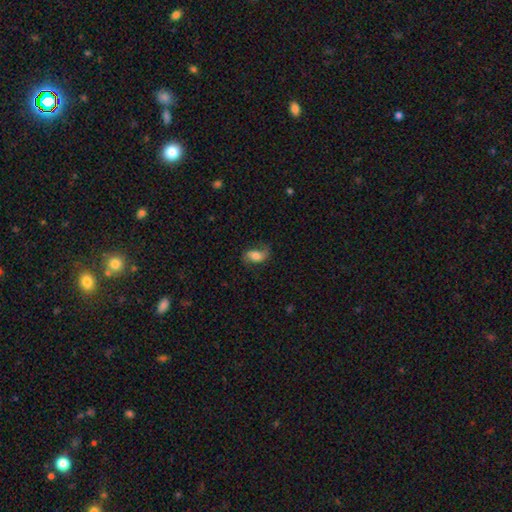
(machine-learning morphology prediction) type=featured or disk (52%); edge-on=no (95%); merging=none (65%).